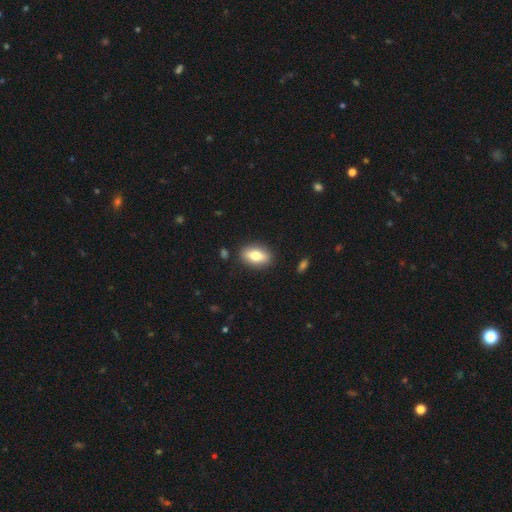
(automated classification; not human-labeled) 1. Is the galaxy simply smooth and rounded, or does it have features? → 71% smooth, 21% featured or disk, 7% star or artifact.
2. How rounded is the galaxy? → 85% in between, 8% round, 6% cigar-shaped.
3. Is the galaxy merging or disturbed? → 87% none, 9% minor disturbance, 2% major disturbance, 2% merger.